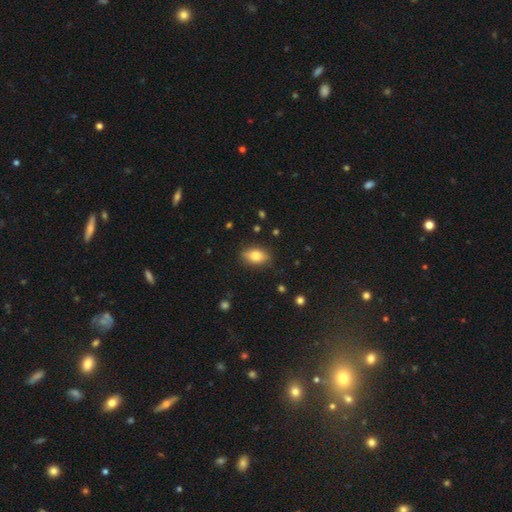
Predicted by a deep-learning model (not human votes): Smooth or featured? smooth (79%)
How rounded? in between (85%)
Merging? none (82%)